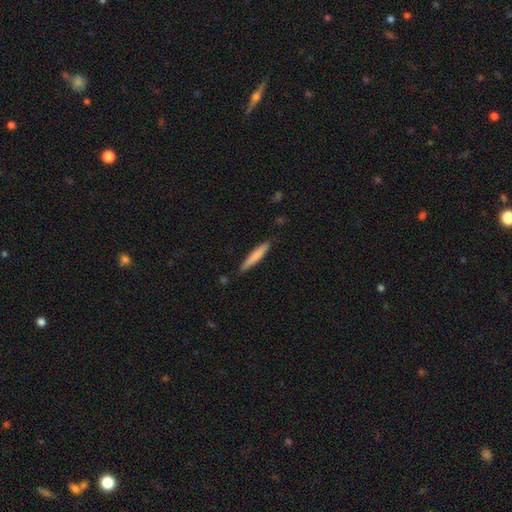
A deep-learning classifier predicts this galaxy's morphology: type=smooth (76%); roundness=cigar-shaped (92%); merging=none (84%).